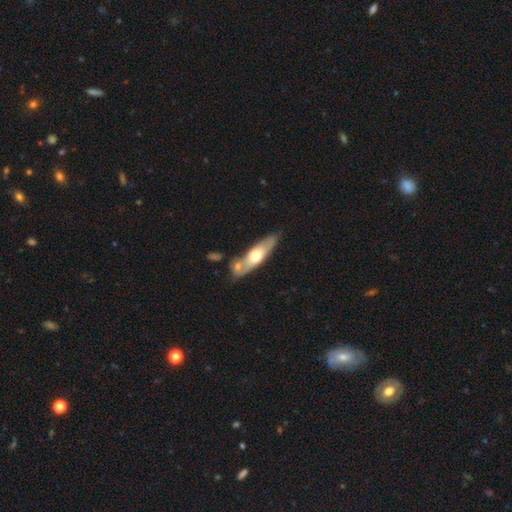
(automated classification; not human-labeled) This appears to be a featured or disk galaxy (48%). Merging: none (60%).